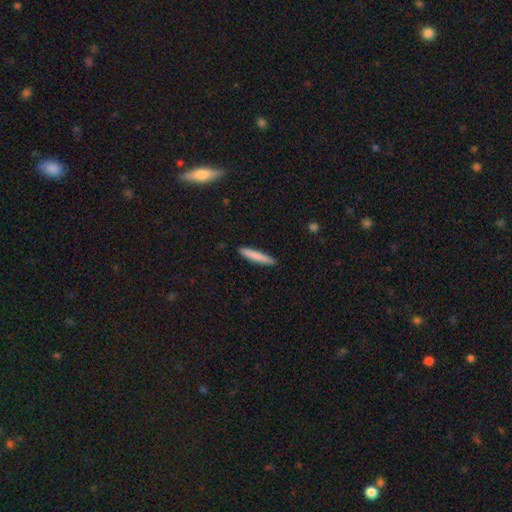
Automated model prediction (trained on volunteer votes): Smooth or featured?
  - smooth: 82% *
  - featured or disk: 12%
  - star or artifact: 6%
How rounded?
  - cigar-shaped: 92% *
  - in between: 7%
  - round: 1%
Merging?
  - none: 87% *
  - minor disturbance: 10%
  - major disturbance: 2%
  - merger: 1%